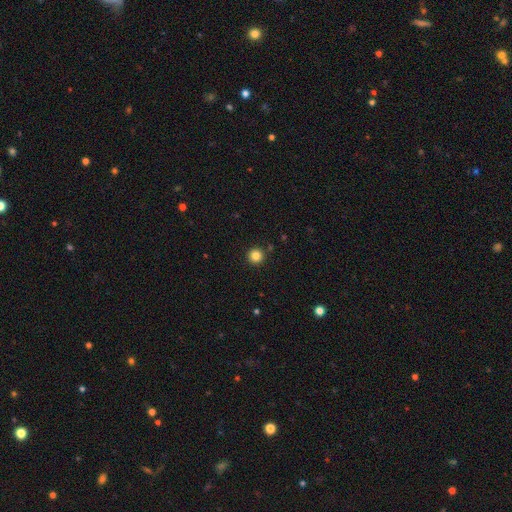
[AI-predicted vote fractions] This appears to be a smooth galaxy with no disk features (84%) that is round (96%). Merging: none (92%).